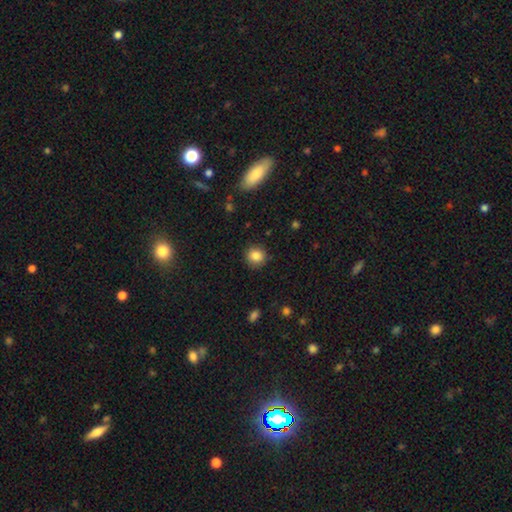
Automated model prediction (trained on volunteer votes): Q: Smooth or featured?
A: smooth (85%); runner-up: star or artifact (10%)
Q: How rounded?
A: round (88%); runner-up: in between (11%)
Q: Merging?
A: none (88%); runner-up: minor disturbance (8%)